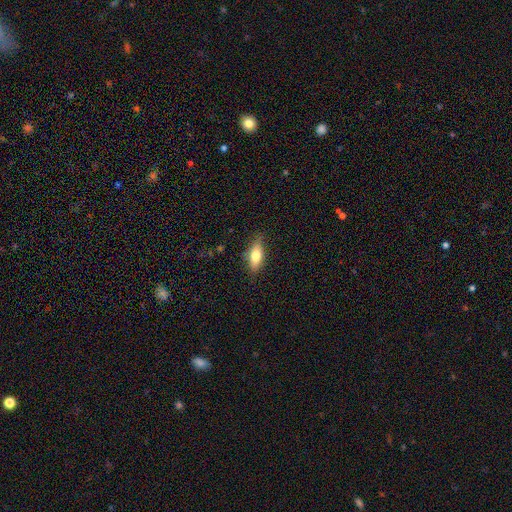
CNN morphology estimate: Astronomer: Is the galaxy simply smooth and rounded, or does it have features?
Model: smooth — 71%.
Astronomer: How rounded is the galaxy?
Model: in between — 75%.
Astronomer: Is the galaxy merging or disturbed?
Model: none — 79%.